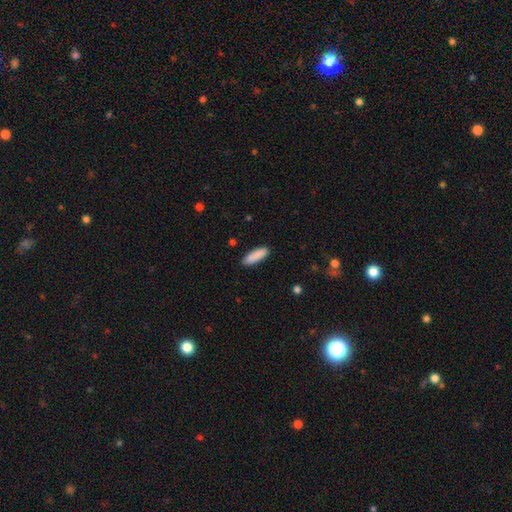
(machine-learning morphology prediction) type=smooth (89%); roundness=in between (52%); merging=none (89%).